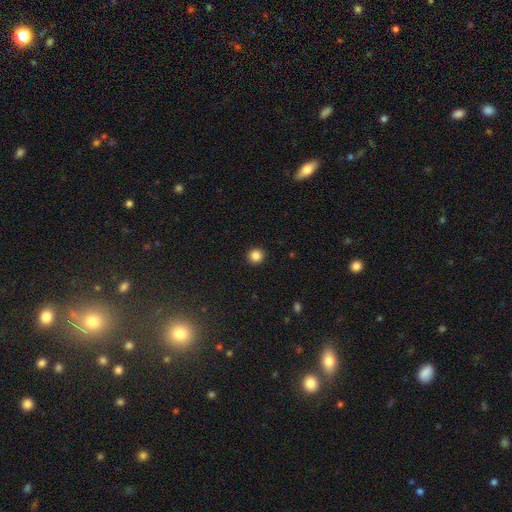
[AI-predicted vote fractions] Smooth or featured? smooth (85%)
How rounded? round (94%)
Merging? none (93%)